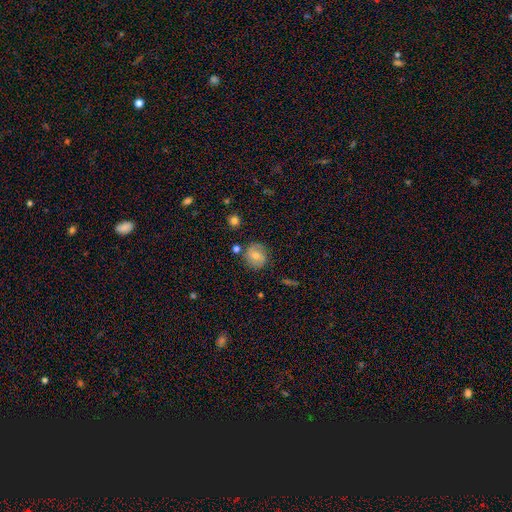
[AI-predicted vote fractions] The model was most divided on "smooth or featured": featured or disk: 48%, smooth: 43%, star or artifact: 9%. More confident: merging — none (78%).